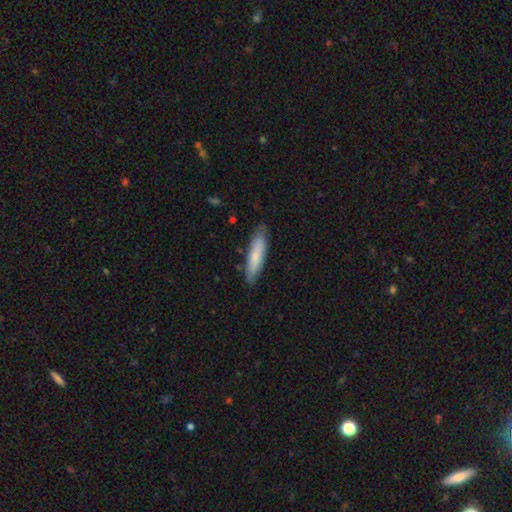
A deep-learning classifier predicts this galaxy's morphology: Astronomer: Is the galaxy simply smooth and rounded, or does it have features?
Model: smooth — 75%.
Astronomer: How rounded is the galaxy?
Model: cigar-shaped — 78%.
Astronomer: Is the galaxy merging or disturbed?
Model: none — 82%.